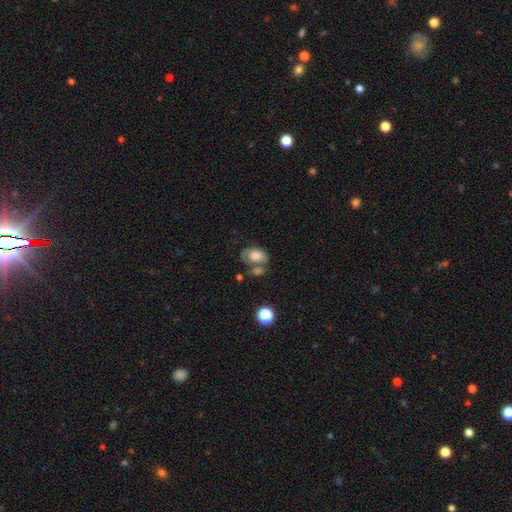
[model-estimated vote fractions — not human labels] smooth 64%, featured or disk 27%, star or artifact 9%. Down the decision tree: how rounded — in between (80%); merging — none (33%).